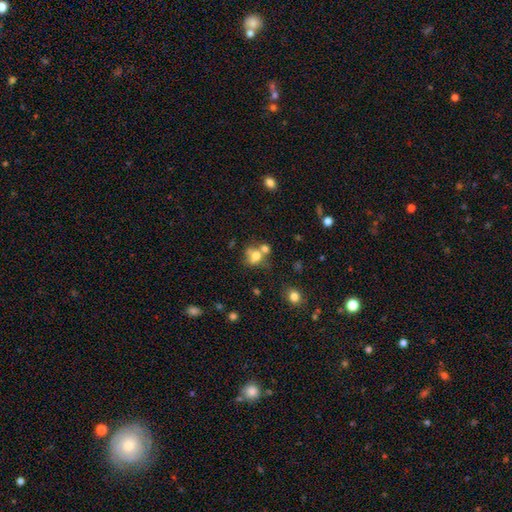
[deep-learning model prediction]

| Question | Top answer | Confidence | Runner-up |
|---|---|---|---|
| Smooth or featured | smooth | 66% | featured or disk (20%) |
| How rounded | round | 59% | in between (39%) |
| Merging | merger | 45% | none (34%) |